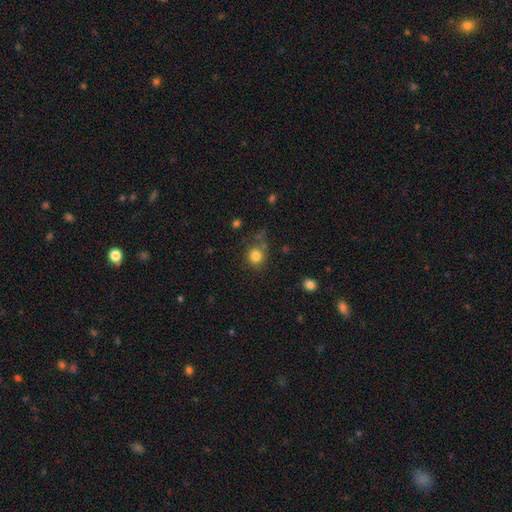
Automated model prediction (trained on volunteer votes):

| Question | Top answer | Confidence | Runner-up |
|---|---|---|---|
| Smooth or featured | smooth | 83% | star or artifact (11%) |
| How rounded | round | 83% | in between (16%) |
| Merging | none | 72% | minor disturbance (15%) |